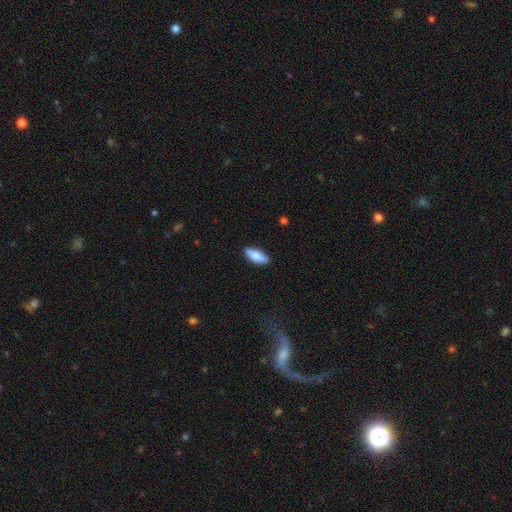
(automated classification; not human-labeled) A smooth galaxy with no disk features (74%) that is in between round and cigar-shaped (71%). Merging: none (88%).